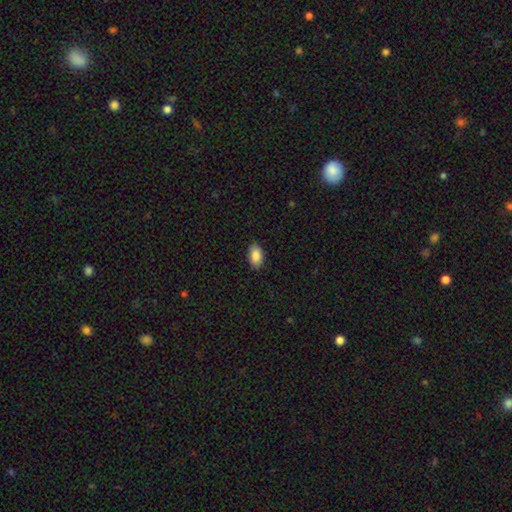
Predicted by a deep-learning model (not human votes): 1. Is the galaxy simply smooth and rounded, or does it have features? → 89% smooth, 7% star or artifact, 4% featured or disk.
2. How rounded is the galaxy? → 94% in between, 4% round, 2% cigar-shaped.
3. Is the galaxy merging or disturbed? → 87% none, 10% minor disturbance, 2% major disturbance, 1% merger.